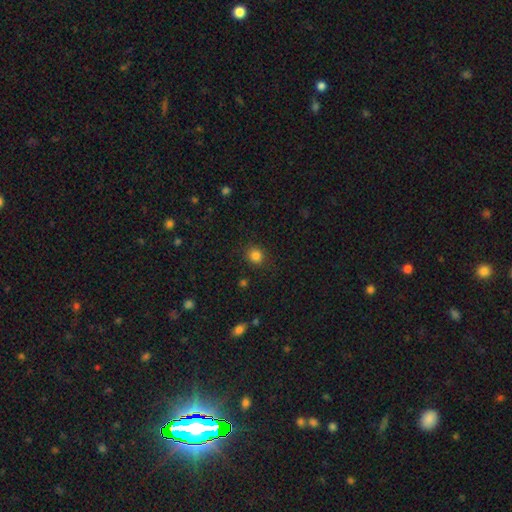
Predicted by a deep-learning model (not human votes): A smooth galaxy with no disk features (83%) that is round (88%). Merging: none (88%).